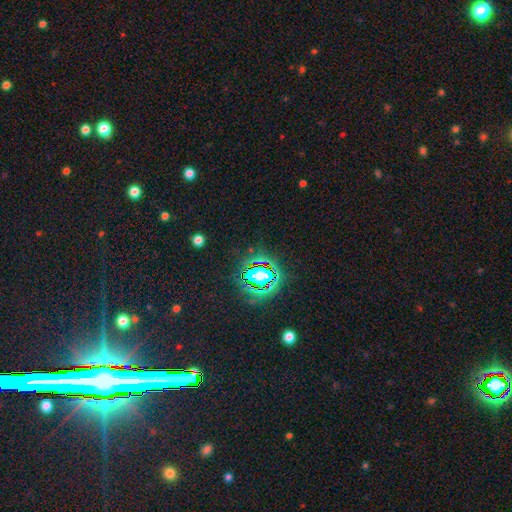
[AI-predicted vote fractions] Overall: star or artifact (80%).